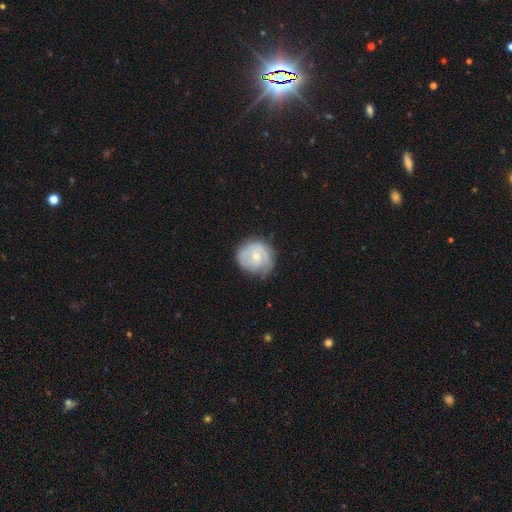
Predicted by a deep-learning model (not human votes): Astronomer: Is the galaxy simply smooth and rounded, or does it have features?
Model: featured or disk — 65%.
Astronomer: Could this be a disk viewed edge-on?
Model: no — 98%.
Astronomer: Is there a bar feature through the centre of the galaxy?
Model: no — 67%.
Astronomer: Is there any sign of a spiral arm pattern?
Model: yes — 85%.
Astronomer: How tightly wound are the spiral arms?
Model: tight — 61%.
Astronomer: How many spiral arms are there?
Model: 2 — 37% (runner-up: can't tell, 34%).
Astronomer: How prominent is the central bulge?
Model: small — 59% (runner-up: moderate, 36%).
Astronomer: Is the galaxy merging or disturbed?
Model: none — 70%.